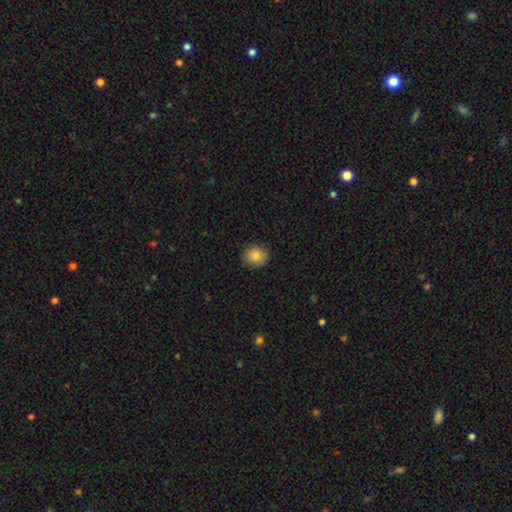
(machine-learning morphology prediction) The model was most divided on "how rounded": round: 83%, in between: 16%, cigar-shaped: 1%. More confident: merging — none (89%); smooth or featured — smooth (85%).